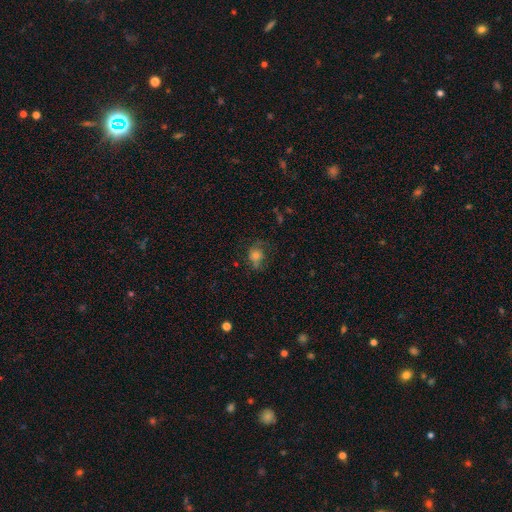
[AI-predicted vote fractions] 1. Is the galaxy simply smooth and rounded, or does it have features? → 59% smooth, 23% featured or disk, 18% star or artifact.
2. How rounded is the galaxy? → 65% round, 33% in between, 1% cigar-shaped.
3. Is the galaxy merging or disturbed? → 51% none, 25% minor disturbance, 21% major disturbance, 3% merger.